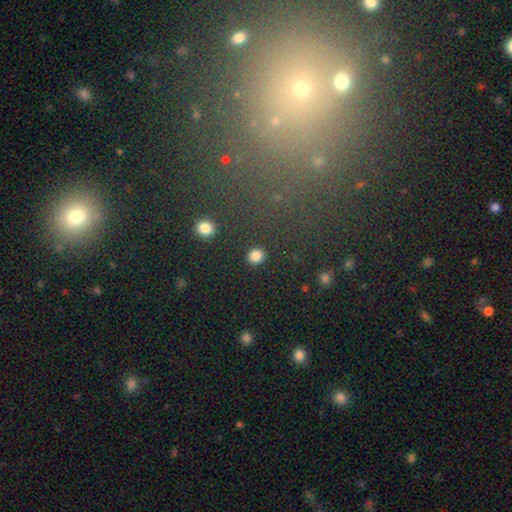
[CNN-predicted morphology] This is clearly a smooth galaxy (84%). How rounded: clearly round (85%). Merging: clearly none (91%).